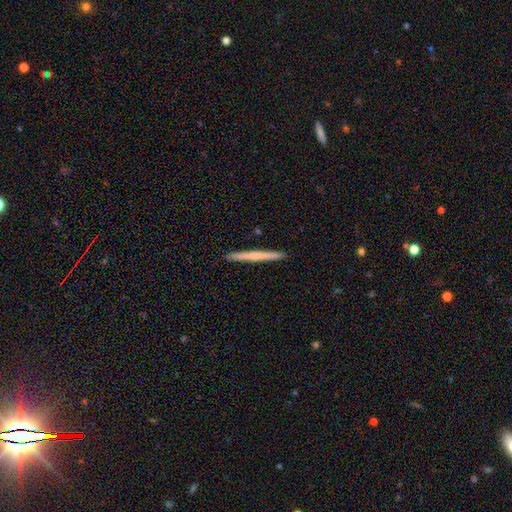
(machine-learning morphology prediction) Smooth or featured? smooth (58%)
How rounded? cigar-shaped (97%)
Merging? none (93%)